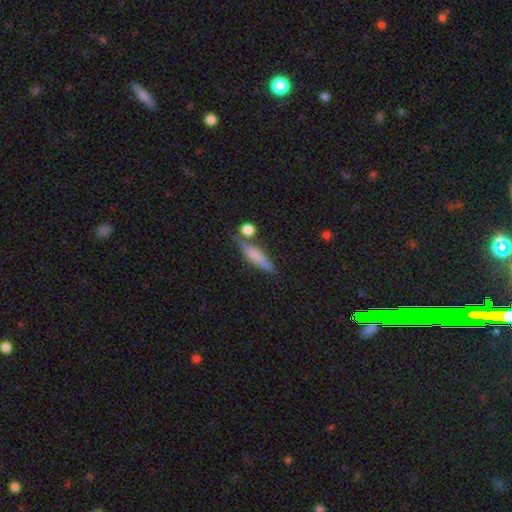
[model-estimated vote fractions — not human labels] smooth-or-featured: smooth: 63% | featured or disk: 29% | star or artifact: 8%
  how-rounded: cigar-shaped: 75% | in between: 21% | round: 5%
  merging: none: 66% | minor disturbance: 15% | merger: 14% | major disturbance: 5%